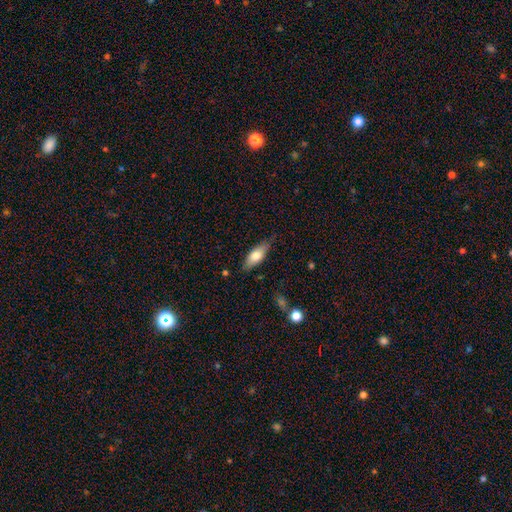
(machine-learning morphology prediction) smooth_or_featured: smooth (p=0.68) [alt: featured or disk p=0.26]
how_rounded: in between (p=0.70) [alt: cigar-shaped p=0.28]
merging: none (p=0.75) [alt: minor disturbance p=0.20]